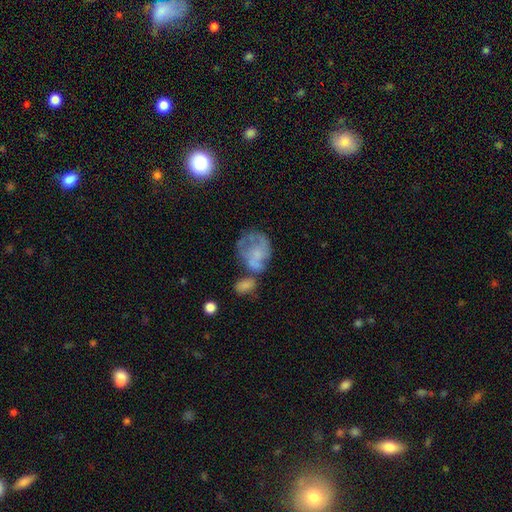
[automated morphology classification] Smooth or featured? Predicted: featured or disk (p=0.46). Merging? Predicted: merger (p=0.31).